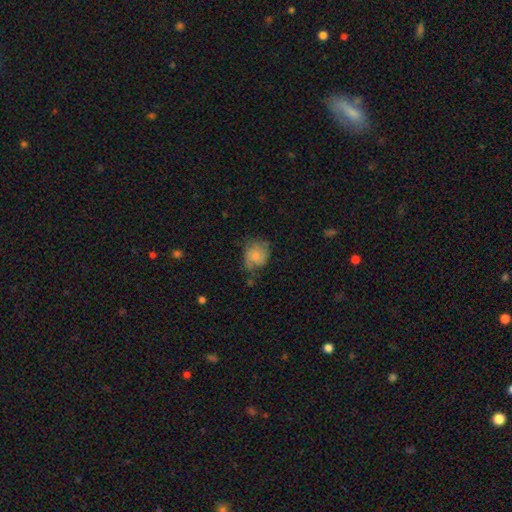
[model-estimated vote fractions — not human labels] Smooth or featured?
  - smooth: 64% *
  - featured or disk: 28%
  - star or artifact: 8%
How rounded?
  - round: 69% *
  - in between: 30%
  - cigar-shaped: 1%
Merging?
  - none: 45% *
  - minor disturbance: 35%
  - major disturbance: 17%
  - merger: 3%